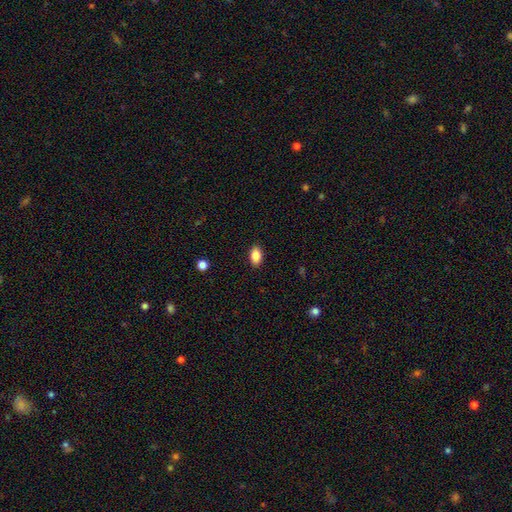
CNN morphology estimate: Smooth or featured? Predicted: smooth (p=0.86). How rounded? Predicted: in between (p=0.91). Merging? Predicted: none (p=0.89).